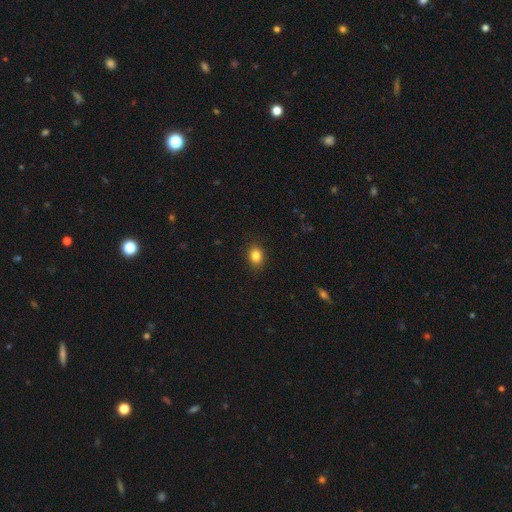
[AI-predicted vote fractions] Smooth or featured: smooth — 84% (star or artifact — 11%)
How rounded: in between — 53% (round — 45%)
Merging: none — 89% (minor disturbance — 8%)